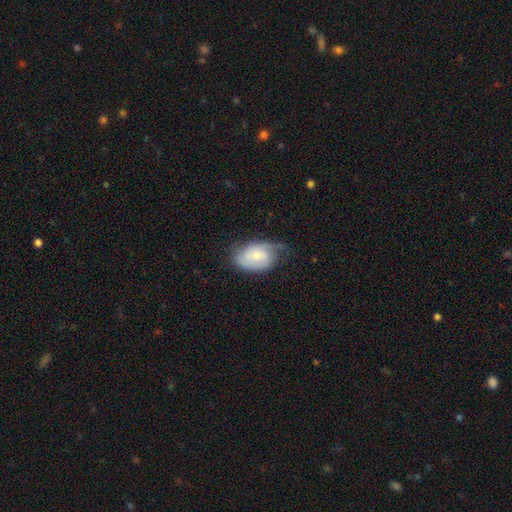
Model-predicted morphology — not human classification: Smooth or featured: featured or disk — 59% (smooth — 35%)
Edge-on disk: no — 96% (yes — 4%)
Bar: no — 65% (weak — 31%)
Spiral arms: yes — 86% (no — 14%)
Bulge size: small — 55% (moderate — 36%)
Merging: none — 45% (minor disturbance — 34%)